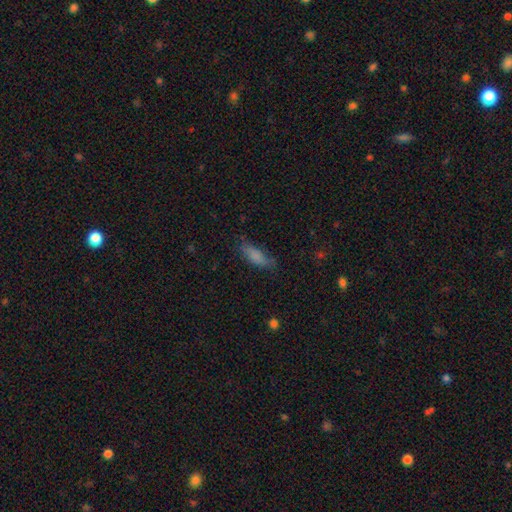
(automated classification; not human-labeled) Smooth or featured? smooth (79%)
How rounded? in between (60%)
Merging? none (67%)